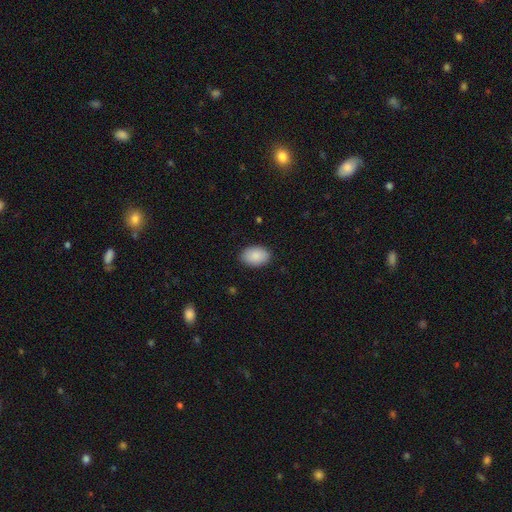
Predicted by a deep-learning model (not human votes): Smooth or featured: smooth — 89% (star or artifact — 6%)
How rounded: in between — 88% (round — 11%)
Merging: none — 88% (minor disturbance — 9%)